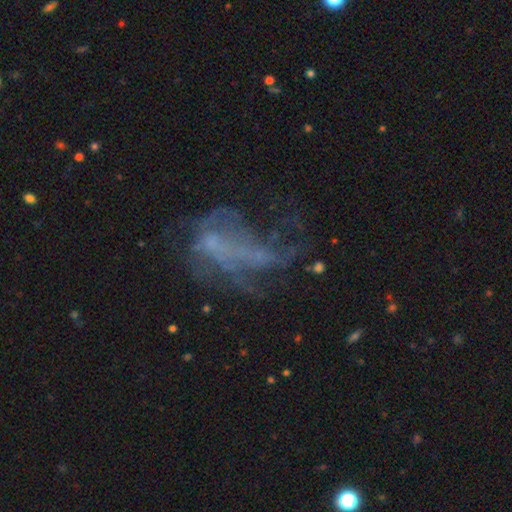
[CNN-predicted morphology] This appears to be a featured or disk galaxy (60%) with no bar (80%), no spiral arms (68%) and no central bulge (68%). Merging: major disturbance (49%).